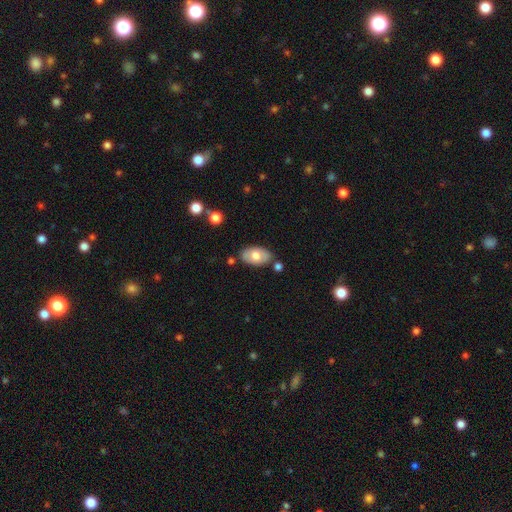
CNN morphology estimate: Overall: smooth (67%). How rounded: in between (93%). Merging: none (78%).